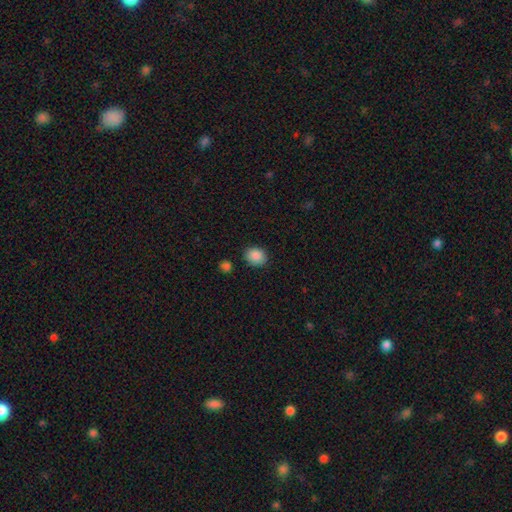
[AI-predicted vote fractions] Smooth or featured? smooth (88%)
How rounded? round (63%)
Merging? none (86%)